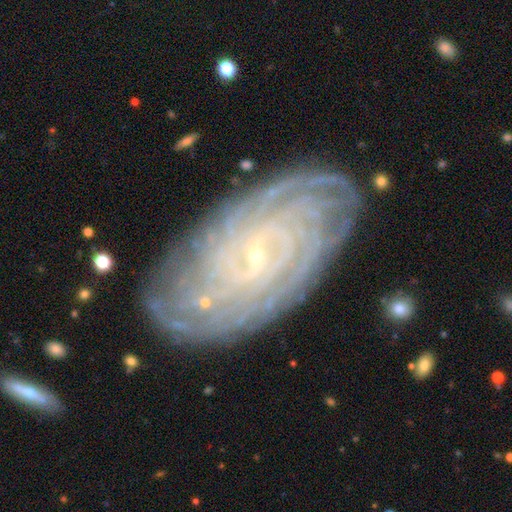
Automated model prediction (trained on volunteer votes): A featured or disk galaxy (89%) with no bar (50%), 4 (24%, tied with more than 4) tight (87%) spiral arms (98%) and a small central bulge (87%). Merging: none (78%).